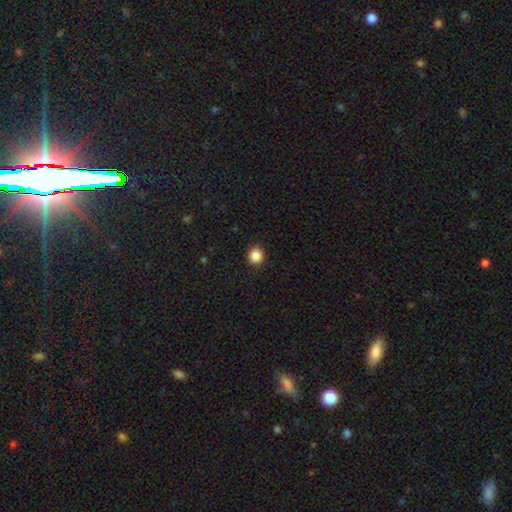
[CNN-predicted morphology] This appears to be a smooth galaxy with no disk features (87%) that is round (87%). Merging: none (91%).